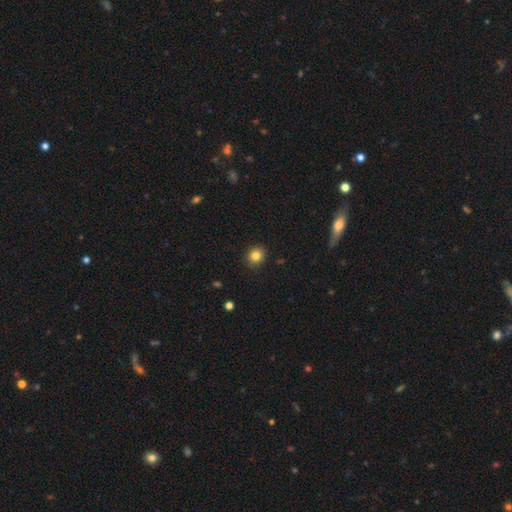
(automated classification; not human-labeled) Q: Smooth or featured?
A: smooth (83%); runner-up: star or artifact (11%)
Q: How rounded?
A: round (84%); runner-up: in between (16%)
Q: Merging?
A: none (90%); runner-up: minor disturbance (7%)